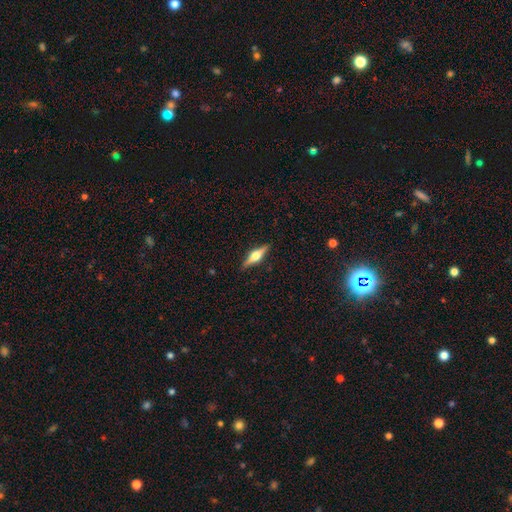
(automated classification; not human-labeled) Smooth or featured? featured or disk (71%)
Edge-on disk? yes (97%)
Edge-on bulge? rounded (94%)
Merging? none (90%)